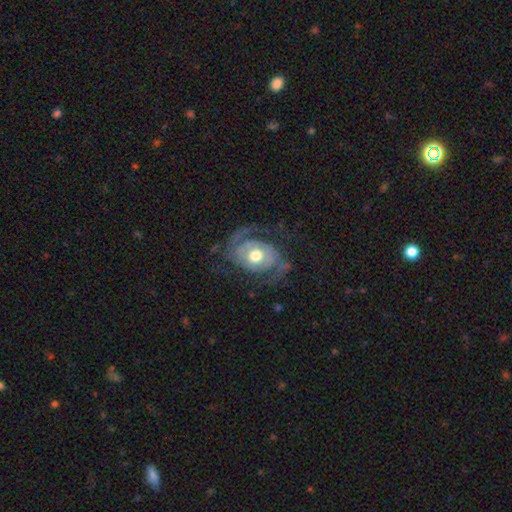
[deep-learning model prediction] Smooth or featured: featured or disk — 81% (smooth — 14%)
Edge-on disk: no — 97% (yes — 3%)
Bar: no — 76% (weak — 19%)
Spiral arms: yes — 87% (no — 13%)
Spiral winding: medium — 40% (tight — 33%)
Spiral arm count: 2 — 65% (can't tell — 13%)
Bulge size: moderate — 66% (large — 26%)
Merging: none — 58% (major disturbance — 21%)